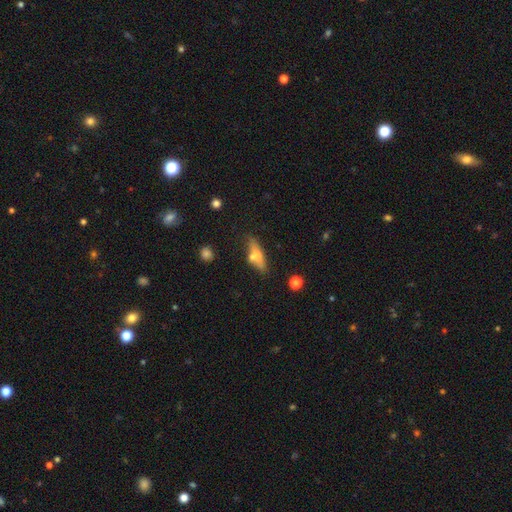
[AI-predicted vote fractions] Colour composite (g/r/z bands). It shows a smooth galaxy with no disk features (54%) that is cigar-shaped (49%). Merging: none (58%).